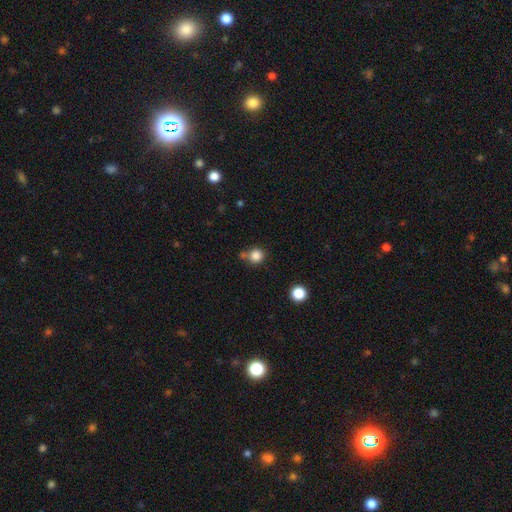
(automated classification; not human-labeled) smooth_or_featured: smooth (p=0.84) [alt: star or artifact p=0.12]
how_rounded: round (p=0.92) [alt: in between p=0.07]
merging: none (p=0.66) [alt: merger p=0.17]